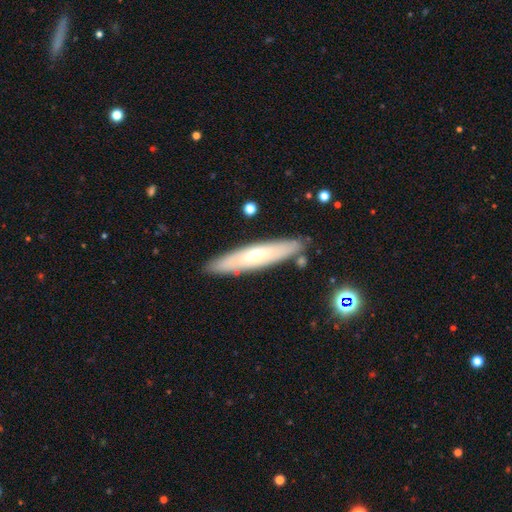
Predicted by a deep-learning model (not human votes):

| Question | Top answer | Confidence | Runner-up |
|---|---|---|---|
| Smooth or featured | featured or disk | 52% | smooth (42%) |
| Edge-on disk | yes | 67% | no (33%) |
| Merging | none | 85% | minor disturbance (10%) |